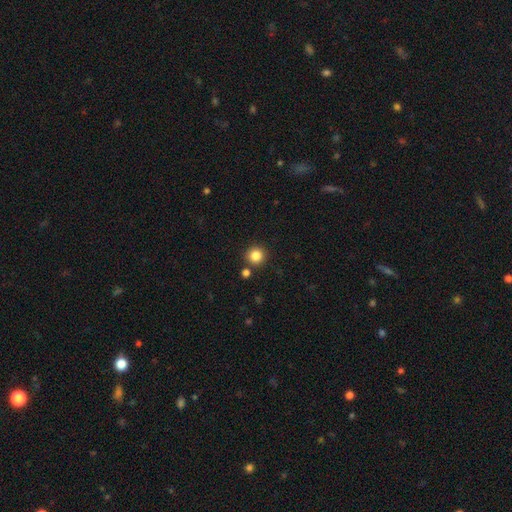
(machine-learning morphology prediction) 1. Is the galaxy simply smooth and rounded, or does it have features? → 85% smooth, 11% star or artifact, 4% featured or disk.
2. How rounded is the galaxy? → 95% round, 4% in between, 1% cigar-shaped.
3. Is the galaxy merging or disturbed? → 86% none, 6% merger, 6% minor disturbance, 2% major disturbance.